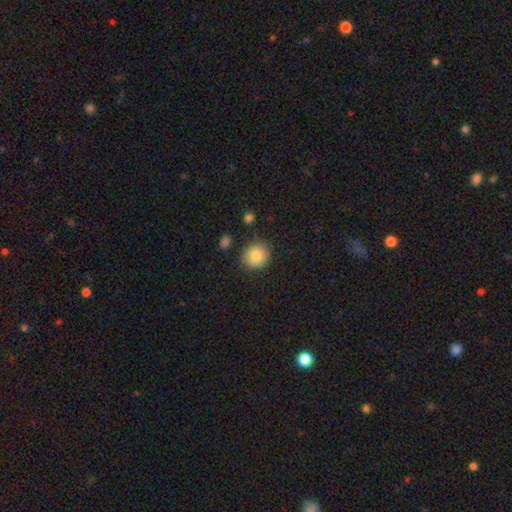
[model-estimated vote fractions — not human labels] A smooth galaxy with no disk features (84%) that is round (82%).

Vote fractions:
- Smooth or featured? smooth: 84% / star or artifact: 8% / featured or disk: 7%
- How rounded? round: 82% / in between: 17% / cigar-shaped: 1%
- Merging? none: 84% / minor disturbance: 11% / major disturbance: 3% / merger: 2%